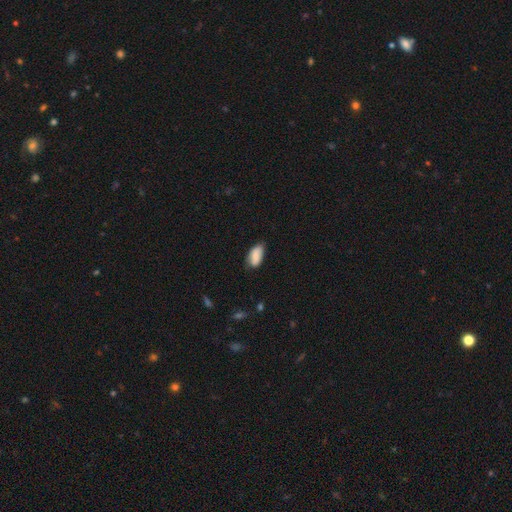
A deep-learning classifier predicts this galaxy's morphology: This is clearly a smooth galaxy (86%). How rounded: clearly in between (93%). Merging: likely none (63%).